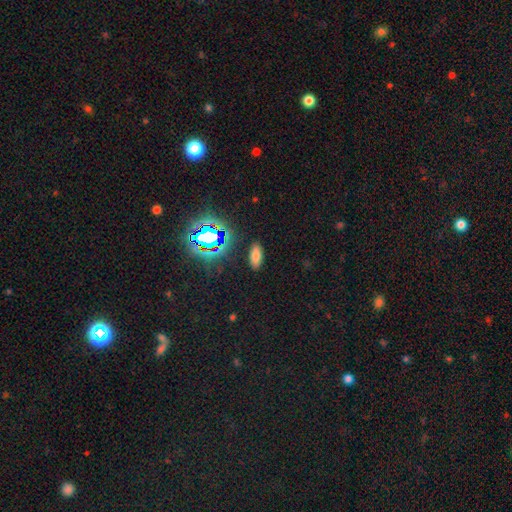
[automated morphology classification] smooth_or_featured: smooth (p=0.68) [alt: star or artifact p=0.24]
how_rounded: in between (p=0.84) [alt: cigar-shaped p=0.13]
merging: none (p=0.88) [alt: minor disturbance p=0.08]